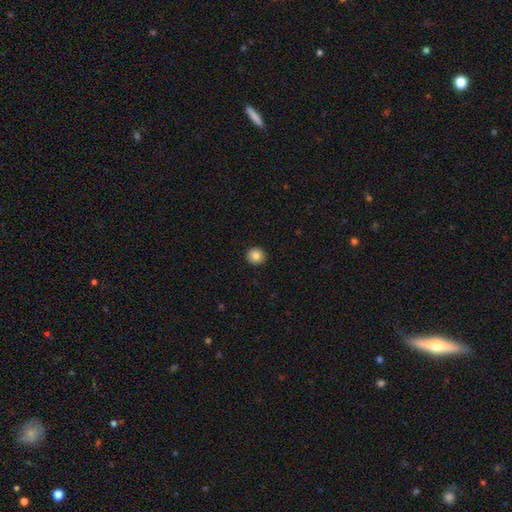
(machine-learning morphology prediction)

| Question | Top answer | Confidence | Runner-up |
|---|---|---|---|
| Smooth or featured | smooth | 83% | star or artifact (9%) |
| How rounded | round | 92% | in between (7%) |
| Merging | none | 93% | minor disturbance (5%) |